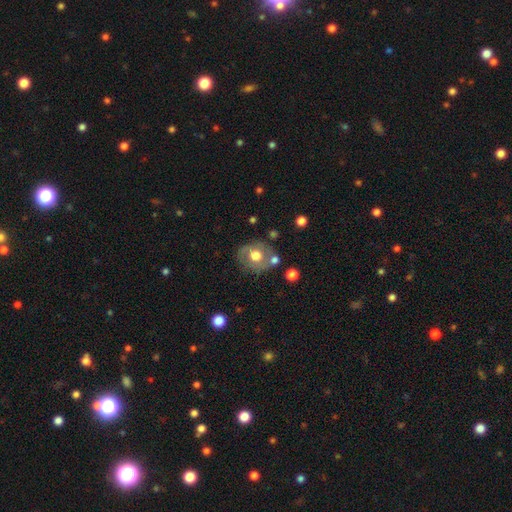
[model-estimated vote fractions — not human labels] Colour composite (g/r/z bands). It shows a smooth galaxy with no disk features (55%) that is round (73%). Merging: none (68%).